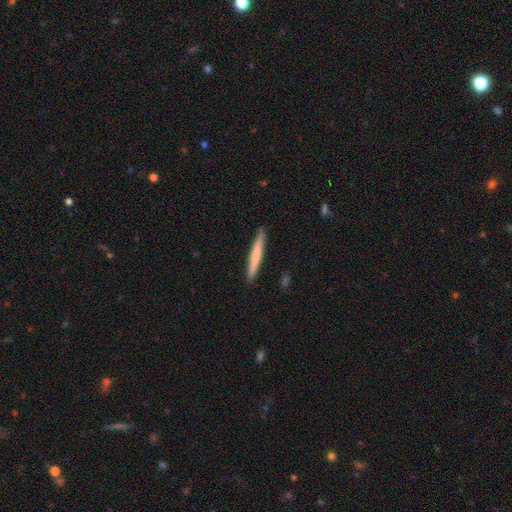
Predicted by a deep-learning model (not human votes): smooth_or_featured: smooth (p=0.69) [alt: featured or disk p=0.26]
how_rounded: cigar-shaped (p=0.96) [alt: in between p=0.03]
merging: none (p=0.92) [alt: minor disturbance p=0.06]